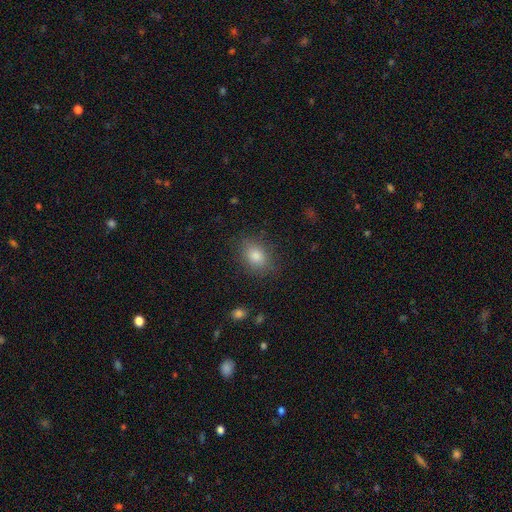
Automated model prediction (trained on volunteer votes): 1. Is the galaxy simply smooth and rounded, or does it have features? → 82% smooth, 10% star or artifact, 8% featured or disk.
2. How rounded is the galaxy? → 72% in between, 27% round, 2% cigar-shaped.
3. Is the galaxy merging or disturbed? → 84% none, 11% minor disturbance, 3% major disturbance, 1% merger.